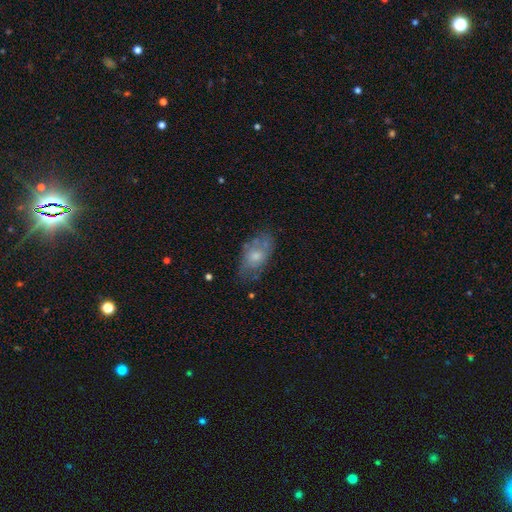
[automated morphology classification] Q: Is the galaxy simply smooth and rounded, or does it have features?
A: smooth — 52%.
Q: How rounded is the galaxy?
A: in between — 90%.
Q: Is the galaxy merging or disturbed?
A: none — 58%.